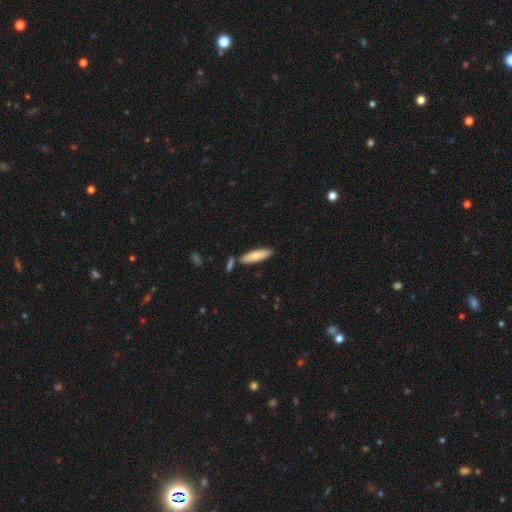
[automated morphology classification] A smooth galaxy with no disk features (76%) that is cigar-shaped (63%).

Vote fractions:
- Smooth or featured? smooth: 76% / featured or disk: 18% / star or artifact: 6%
- How rounded? cigar-shaped: 63% / in between: 36% / round: 2%
- Merging? none: 80% / minor disturbance: 11% / merger: 7% / major disturbance: 2%